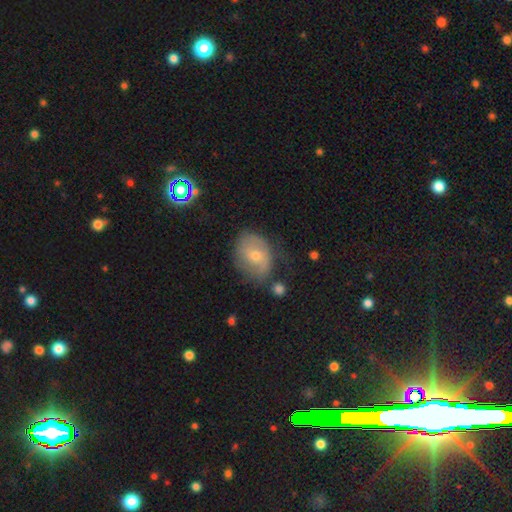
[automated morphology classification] Smooth or featured? Predicted: featured or disk (p=0.46). Merging? Predicted: none (p=0.59).